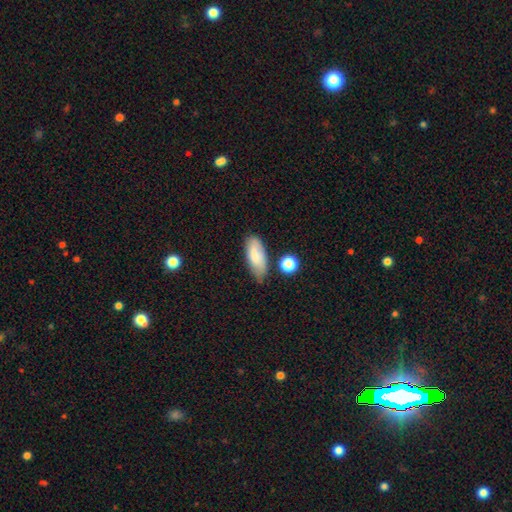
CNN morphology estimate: This is likely a smooth galaxy (78%). How rounded: clearly in between (80%). Merging: likely none (61%).